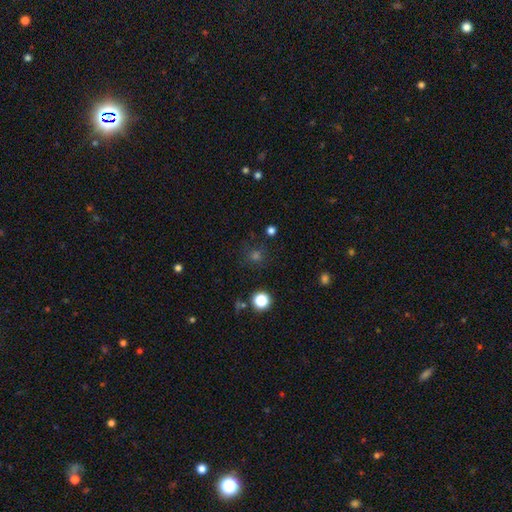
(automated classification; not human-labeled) smooth 56%, star or artifact 36%, featured or disk 7%. Down the decision tree: how rounded — round (92%); merging — none (84%).